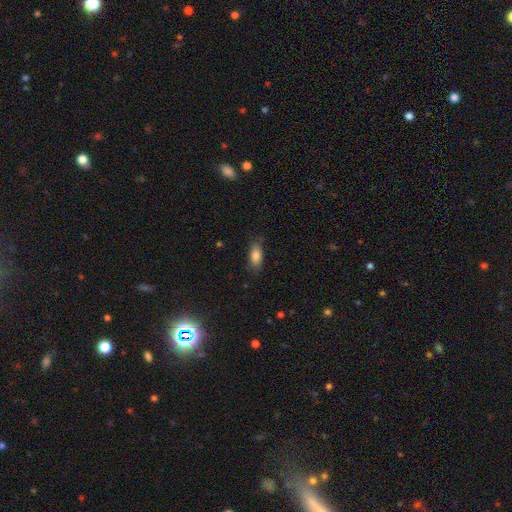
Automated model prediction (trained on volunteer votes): Smooth or featured: smooth — 80% (featured or disk — 12%)
How rounded: in between — 79% (cigar-shaped — 18%)
Merging: none — 79% (minor disturbance — 16%)